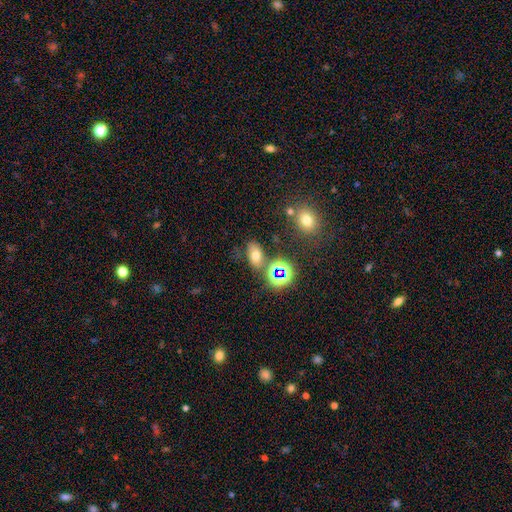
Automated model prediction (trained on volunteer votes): Q: Smooth or featured?
A: smooth (63%); runner-up: star or artifact (24%)
Q: How rounded?
A: in between (83%); runner-up: round (14%)
Q: Merging?
A: none (73%); runner-up: minor disturbance (13%)